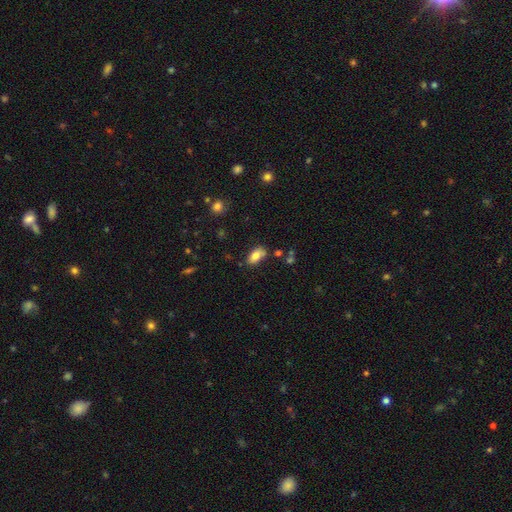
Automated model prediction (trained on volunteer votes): This appears to be a smooth galaxy with no disk features (80%) that is in between round and cigar-shaped (92%). Merging: none (73%).